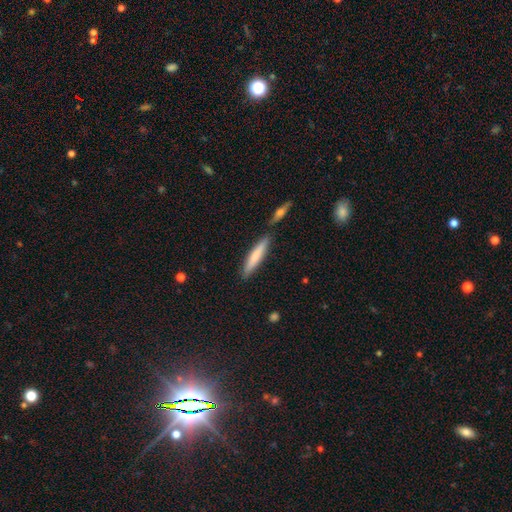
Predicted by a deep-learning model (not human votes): smooth-or-featured: smooth: 73% | featured or disk: 22% | star or artifact: 5%
  how-rounded: cigar-shaped: 89% | in between: 10% | round: 1%
  merging: none: 80% | minor disturbance: 10% | merger: 8% | major disturbance: 2%